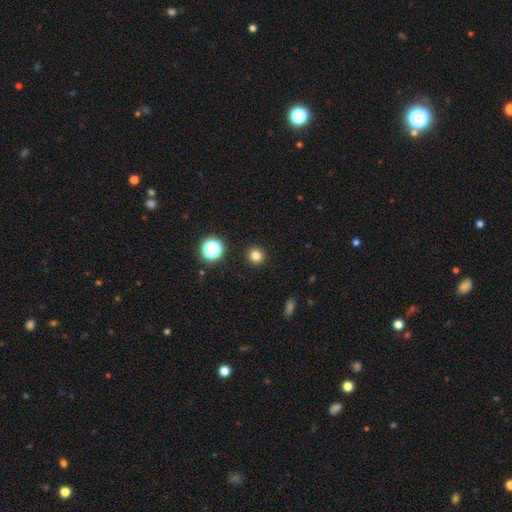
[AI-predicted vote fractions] Smooth or featured? Predicted: smooth (p=0.80). How rounded? Predicted: round (p=0.93). Merging? Predicted: none (p=0.92).